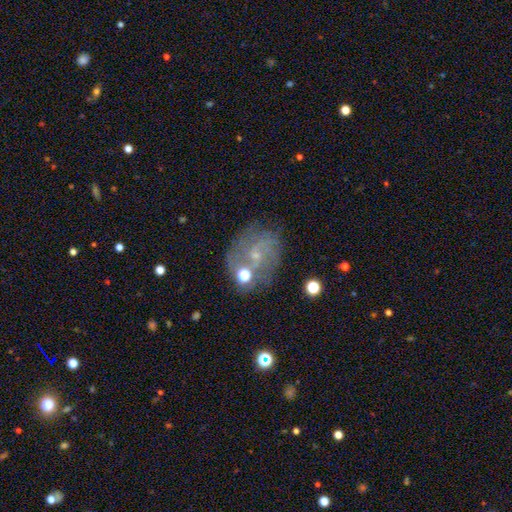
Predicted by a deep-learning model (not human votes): This is possibly a featured or disk galaxy (59%). It is clearly not viewed edge-on (97%). Bar: possibly no (59%). Spiral arm pattern: likely yes (78%). Central bulge: likely small (74%). Merging: likely none (63%).